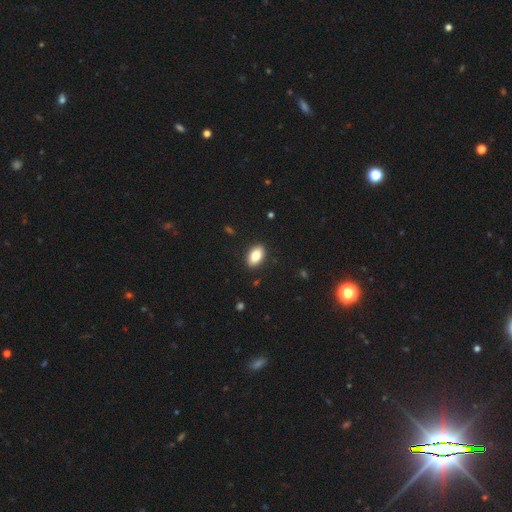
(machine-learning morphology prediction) Overall: smooth (85%). How rounded: in between (92%). Merging: none (89%).